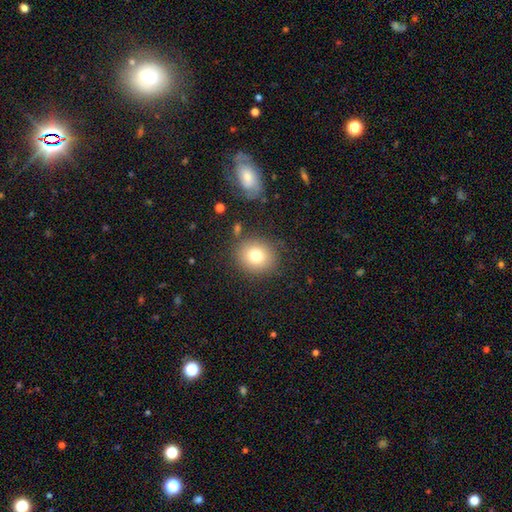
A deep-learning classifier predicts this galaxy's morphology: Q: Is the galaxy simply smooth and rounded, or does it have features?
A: smooth — 76%.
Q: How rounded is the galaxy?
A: round — 79%.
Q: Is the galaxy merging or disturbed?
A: none — 83%.